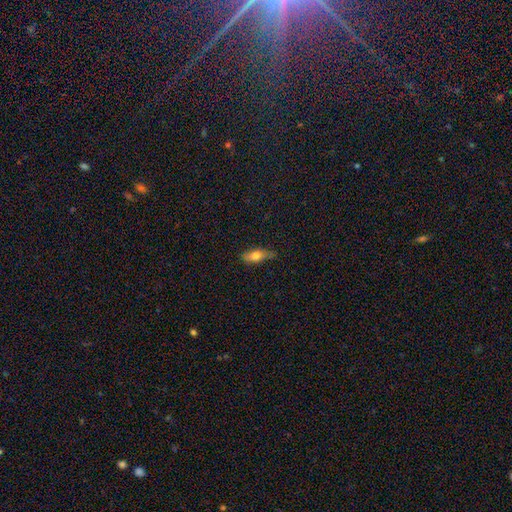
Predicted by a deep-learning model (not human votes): A smooth galaxy with no disk features (69%) that is in between round and cigar-shaped (65%).

Vote fractions:
- Smooth or featured? smooth: 69% / featured or disk: 24% / star or artifact: 7%
- How rounded? in between: 65% / cigar-shaped: 32% / round: 4%
- Merging? none: 73% / minor disturbance: 21% / major disturbance: 4% / merger: 2%